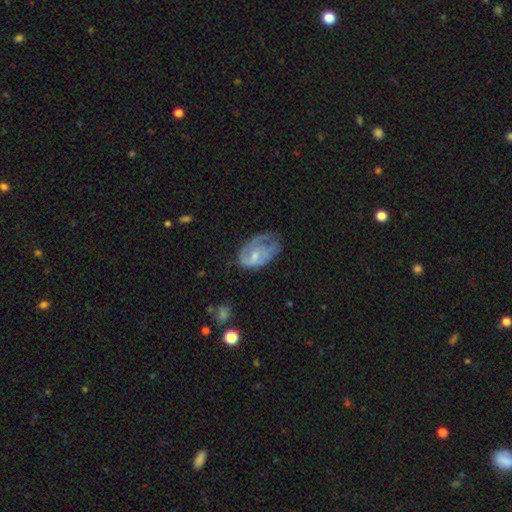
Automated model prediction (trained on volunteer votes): smooth_or_featured: featured or disk (p=0.57) [alt: smooth p=0.36]
disk_edge_on: no (p=0.96) [alt: yes p=0.04]
bar: no (p=0.63) [alt: weak p=0.32]
has_spiral_arms: yes (p=0.70) [alt: no p=0.30]
bulge_size: small (p=0.50) [alt: moderate p=0.36]
merging: none (p=0.33) [tied with: major disturbance p=0.33]